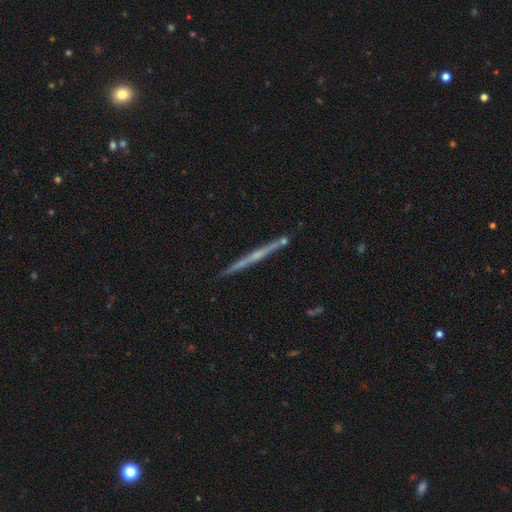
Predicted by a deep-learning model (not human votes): This appears to be a featured or disk galaxy (73%) viewed edge-on (98%) with no central bulge (48%). Merging: none (89%).